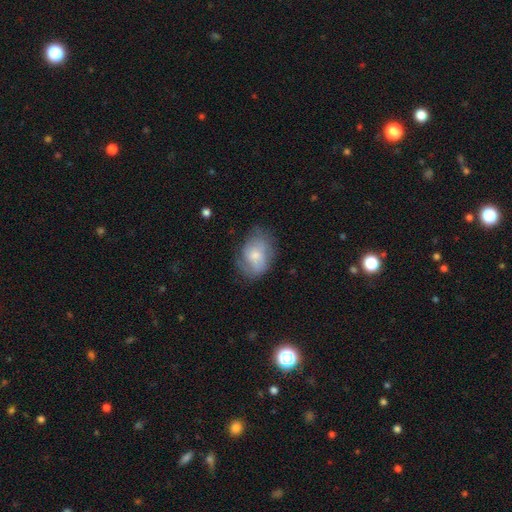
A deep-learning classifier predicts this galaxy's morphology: Overall: smooth (56%; featured or disk 36%). How rounded: in between (73%). Merging: none (55%; minor disturbance 29%).